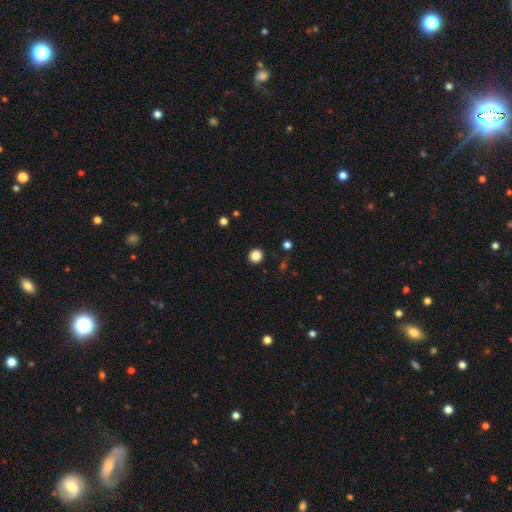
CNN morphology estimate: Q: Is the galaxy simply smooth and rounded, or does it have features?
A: smooth — 85%.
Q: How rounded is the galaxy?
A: round — 92%.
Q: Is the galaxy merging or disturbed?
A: none — 92%.